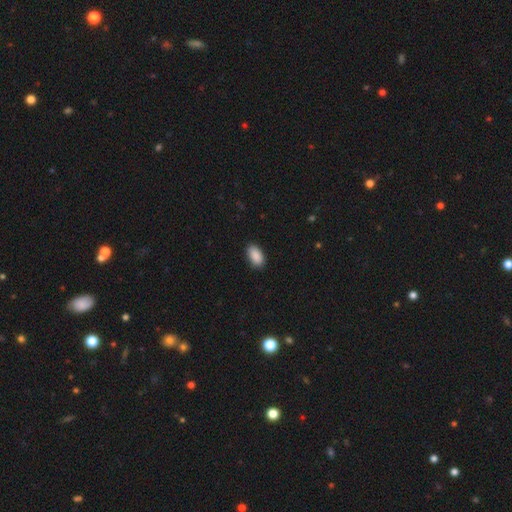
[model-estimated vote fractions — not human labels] smooth 90%, star or artifact 7%, featured or disk 3%. Down the decision tree: how rounded — in between (94%); merging — none (87%).